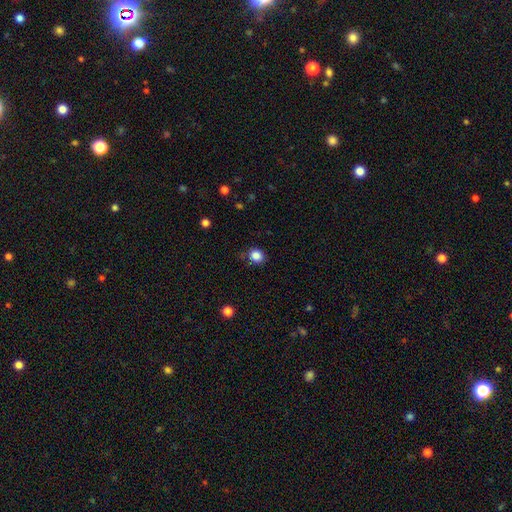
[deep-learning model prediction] smooth_or_featured: smooth (p=0.84) [alt: star or artifact p=0.11]
how_rounded: round (p=0.73) [alt: in between p=0.26]
merging: none (p=0.78) [alt: minor disturbance p=0.16]